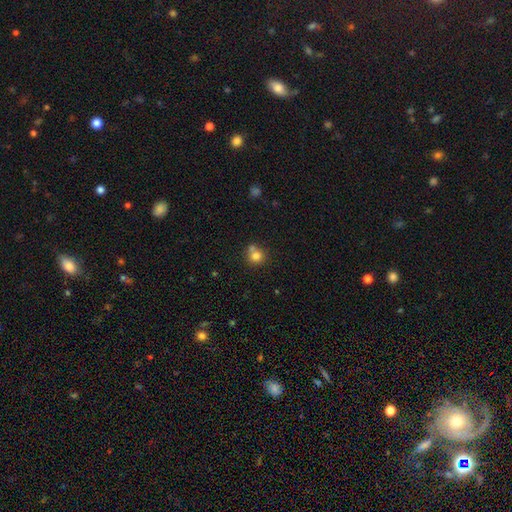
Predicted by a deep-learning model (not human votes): A smooth galaxy with no disk features (79%) that is round (88%).

Vote fractions:
- Smooth or featured? smooth: 79% / star or artifact: 12% / featured or disk: 9%
- How rounded? round: 88% / in between: 11% / cigar-shaped: 1%
- Merging? none: 56% / merger: 32% / minor disturbance: 9% / major disturbance: 3%